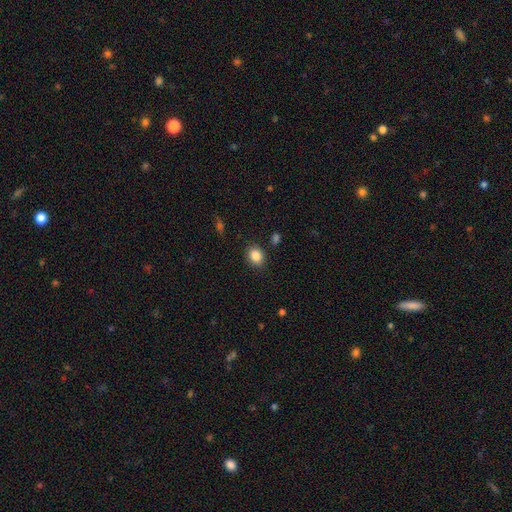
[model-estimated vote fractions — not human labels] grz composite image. It shows a smooth galaxy with no disk features (86%) that is in between round and cigar-shaped (52%). Merging: none (87%).